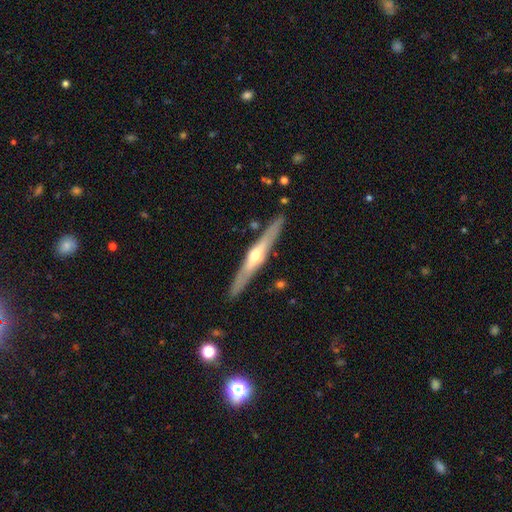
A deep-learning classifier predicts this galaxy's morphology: Smooth or featured: featured or disk — 71% (smooth — 24%)
Edge-on disk: yes — 96% (no — 4%)
Edge-on bulge: rounded — 91% (none — 6%)
Merging: none — 88% (minor disturbance — 8%)